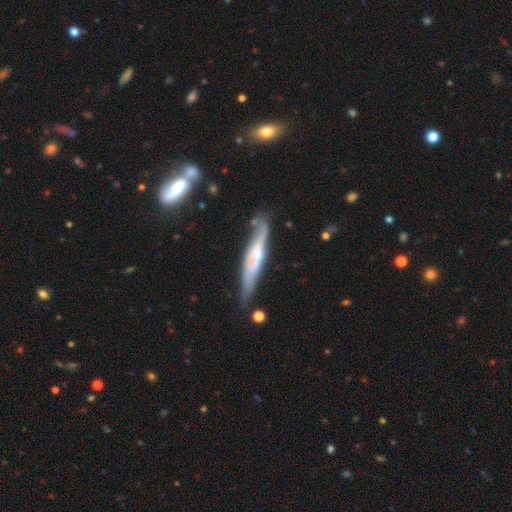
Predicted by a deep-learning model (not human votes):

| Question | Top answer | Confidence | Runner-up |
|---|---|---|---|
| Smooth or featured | featured or disk | 64% | smooth (31%) |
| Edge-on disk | yes | 78% | no (22%) |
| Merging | none | 61% | minor disturbance (26%) |